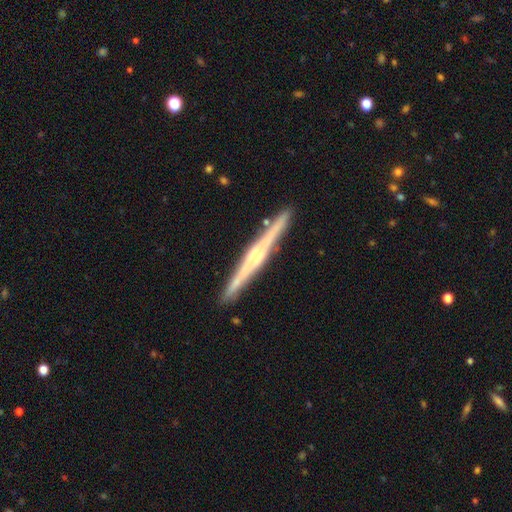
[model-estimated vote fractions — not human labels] A featured or disk galaxy (79%) viewed edge-on (98%) with a rounded central bulge (46%).

Vote fractions:
- Smooth or featured? featured or disk: 79% / smooth: 15% / star or artifact: 5%
- Edge-on disk? yes: 98% / no: 2%
- Edge-on bulge? rounded: 46% / boxy: 34% / none: 20%
- Merging? none: 91% / minor disturbance: 7% / merger: 1% / major disturbance: 1%